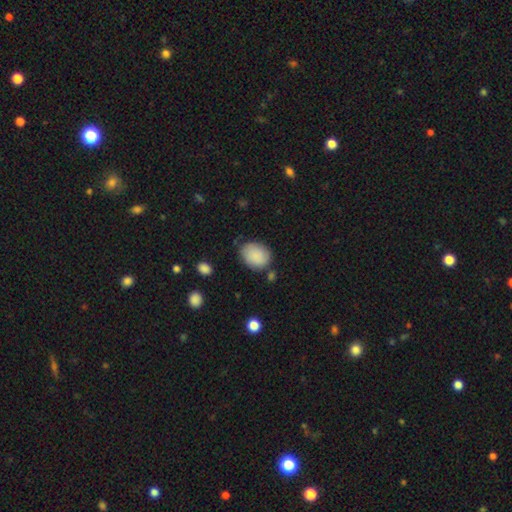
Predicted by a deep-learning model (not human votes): Q: Smooth or featured?
A: smooth (88%); runner-up: star or artifact (7%)
Q: How rounded?
A: in between (59%); runner-up: round (40%)
Q: Merging?
A: none (74%); runner-up: minor disturbance (18%)